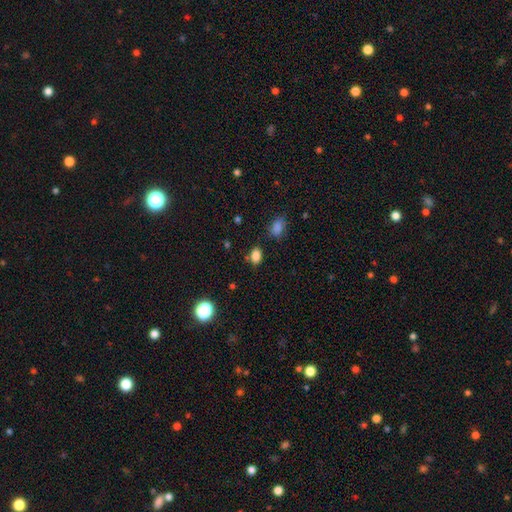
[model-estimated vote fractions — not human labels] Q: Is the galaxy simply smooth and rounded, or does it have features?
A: smooth — 83%.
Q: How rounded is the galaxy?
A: in between — 81%.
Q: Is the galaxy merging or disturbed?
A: none — 78%.